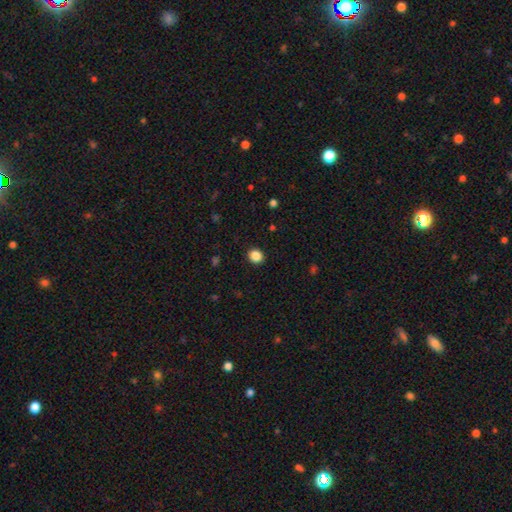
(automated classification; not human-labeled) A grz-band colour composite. It shows a smooth galaxy with no disk features (87%) that is round (80%). Merging: none (91%).